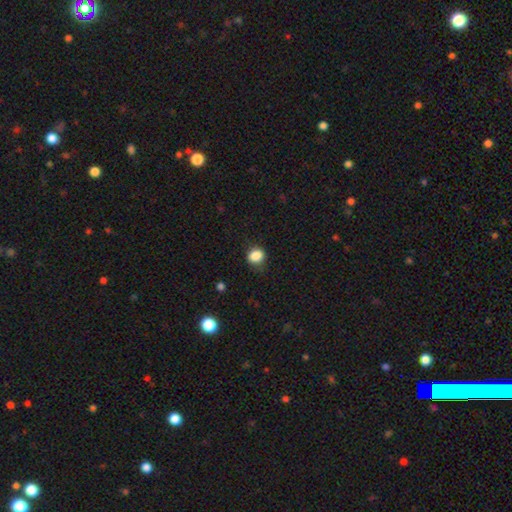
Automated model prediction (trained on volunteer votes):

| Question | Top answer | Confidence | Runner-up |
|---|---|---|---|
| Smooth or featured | smooth | 86% | star or artifact (10%) |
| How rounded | round | 62% | in between (37%) |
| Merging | none | 76% | minor disturbance (18%) |